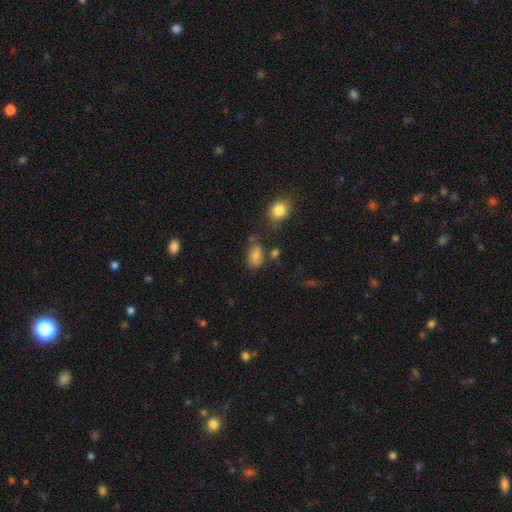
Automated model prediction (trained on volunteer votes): The model was most divided on "merging": none: 58%, minor disturbance: 24%, merger: 10%, major disturbance: 8%. More confident: how rounded — in between (83%); smooth or featured — smooth (80%).